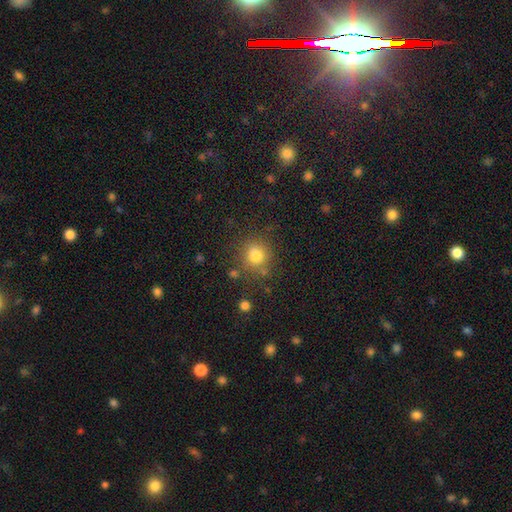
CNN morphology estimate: The model was most divided on "merging": none: 77%, minor disturbance: 12%, merger: 6%, major disturbance: 5%. More confident: how rounded — round (88%); smooth or featured — smooth (80%).